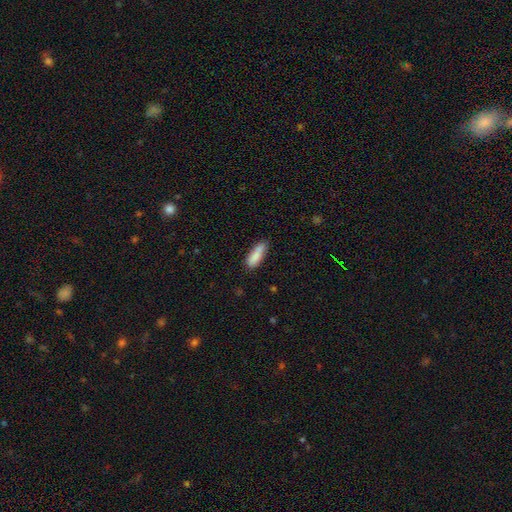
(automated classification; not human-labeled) Morphology: type=smooth (87%); roundness=in between (56%); merging=none (70%).